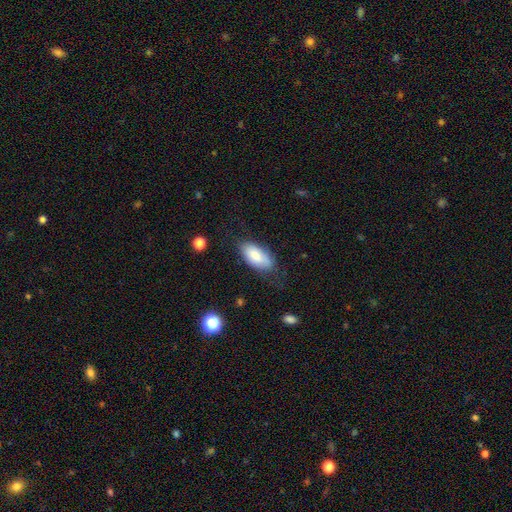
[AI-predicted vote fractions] The model was most divided on "merging": none: 64%, minor disturbance: 26%, major disturbance: 9%, merger: 2%. More confident: how rounded — in between (92%); smooth or featured — smooth (81%).